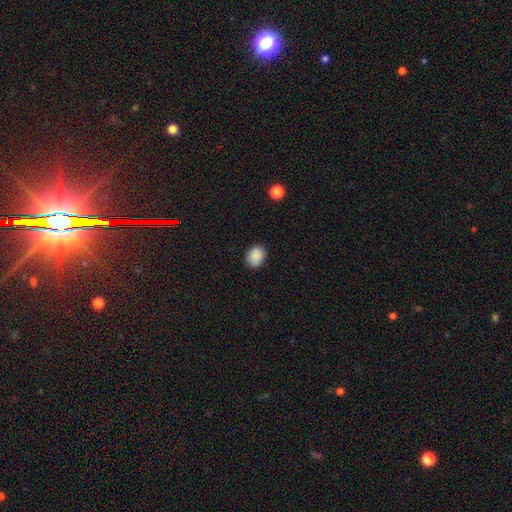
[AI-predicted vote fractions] This is clearly a smooth galaxy (89%). How rounded: possibly in between (53%). Merging: clearly none (86%).